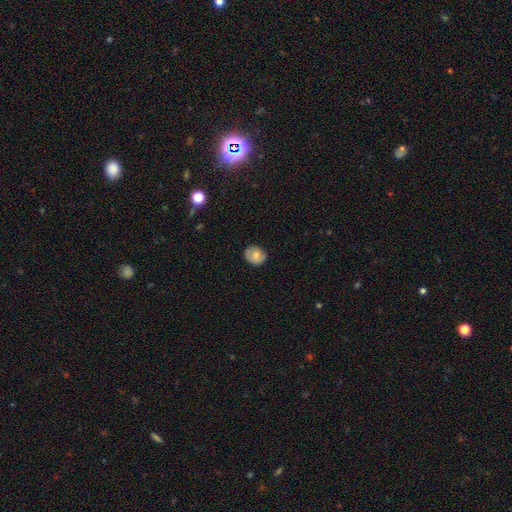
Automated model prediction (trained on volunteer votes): smooth 67%, featured or disk 25%, star or artifact 8%. Down the decision tree: how rounded — round (68%); merging — none (75%).